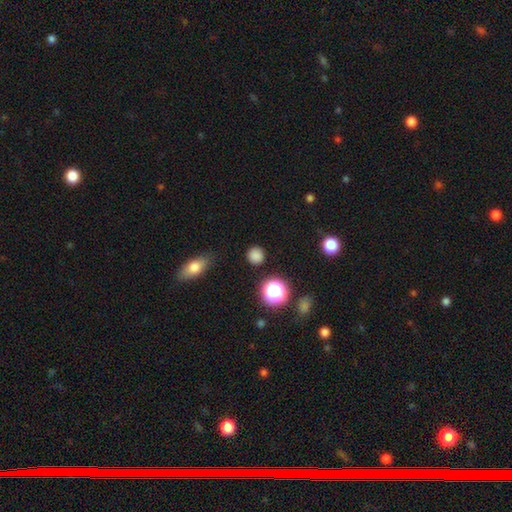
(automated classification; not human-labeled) smooth_or_featured: smooth (p=0.80) [alt: star or artifact p=0.16]
how_rounded: round (p=0.90) [alt: in between p=0.09]
merging: none (p=0.87) [alt: minor disturbance p=0.08]